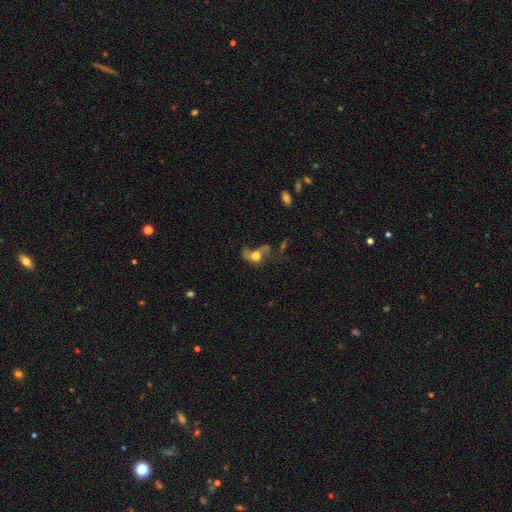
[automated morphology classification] A smooth galaxy with no disk features (56%) that is in between round and cigar-shaped (61%). Merging: major disturbance (46%).